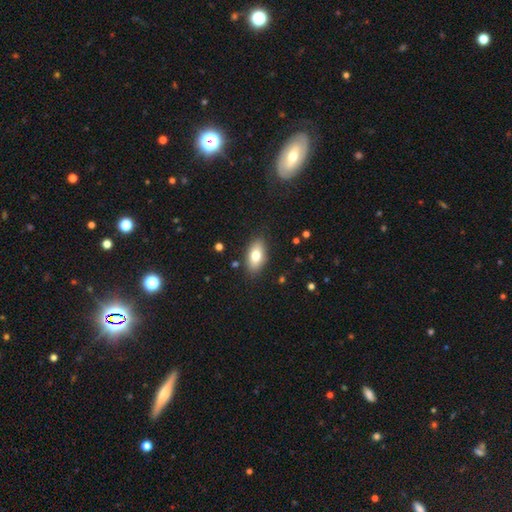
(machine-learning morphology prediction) A smooth galaxy with no disk features (76%) that is in between round and cigar-shaped (90%).

Vote fractions:
- Smooth or featured? smooth: 76% / featured or disk: 16% / star or artifact: 7%
- How rounded? in between: 90% / cigar-shaped: 5% / round: 5%
- Merging? none: 86% / minor disturbance: 10% / major disturbance: 3% / merger: 2%